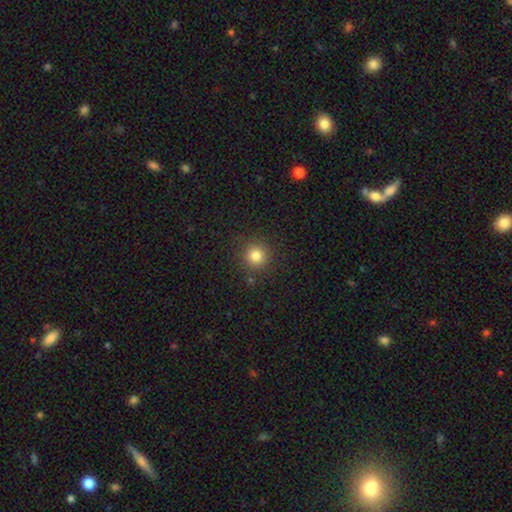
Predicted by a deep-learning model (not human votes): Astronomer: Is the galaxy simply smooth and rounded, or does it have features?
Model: smooth — 81%.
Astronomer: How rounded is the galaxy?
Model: round — 94%.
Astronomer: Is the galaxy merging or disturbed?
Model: none — 88%.